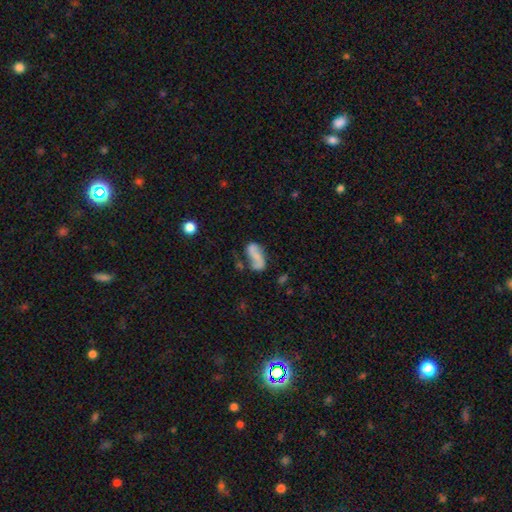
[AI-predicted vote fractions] smooth_or_featured: featured or disk (p=0.53) [alt: smooth p=0.38]
disk_edge_on: no (p=0.96) [alt: yes p=0.04]
bar: no (p=0.54) [alt: weak p=0.29]
has_spiral_arms: yes (p=0.80) [alt: no p=0.20]
bulge_size: none (p=0.58) [alt: small p=0.25]
merging: none (p=0.47) [alt: minor disturbance p=0.24]